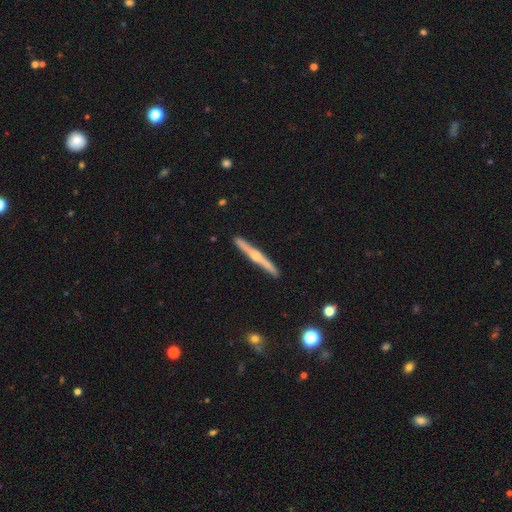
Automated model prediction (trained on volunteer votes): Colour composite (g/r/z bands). It shows a featured or disk galaxy (75%) viewed edge-on (98%) with a rounded central bulge (88%). Merging: none (91%).